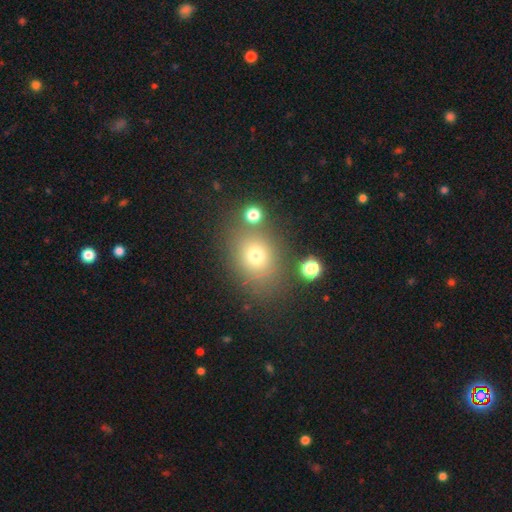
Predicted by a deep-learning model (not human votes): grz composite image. It shows a smooth galaxy with no disk features (70%) that is round (54%). Merging: none (72%).